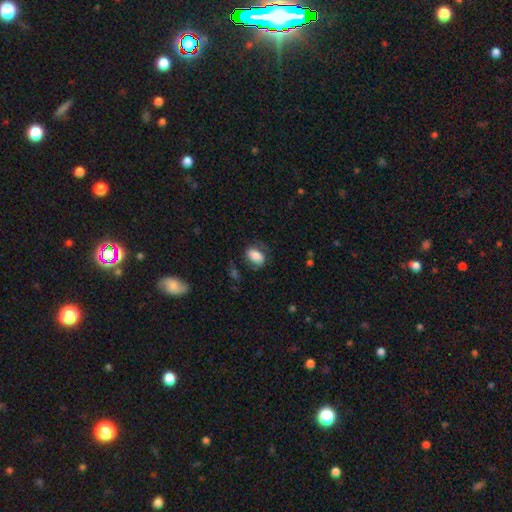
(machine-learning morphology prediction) A smooth galaxy with no disk features (73%) that is in between round and cigar-shaped (86%). Merging: none (62%).